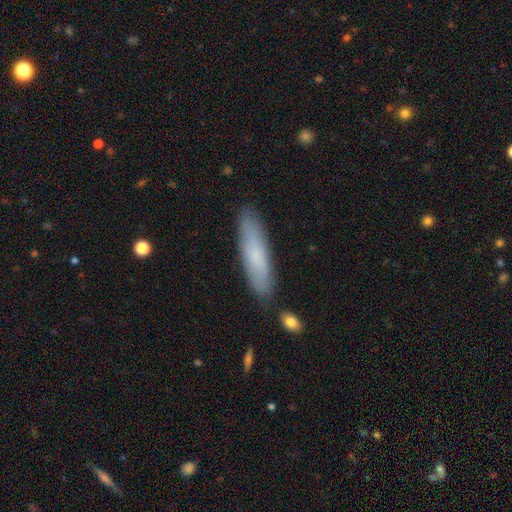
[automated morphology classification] smooth 72%, featured or disk 21%, star or artifact 6%. Down the decision tree: how rounded — cigar-shaped (74%); merging — none (84%).